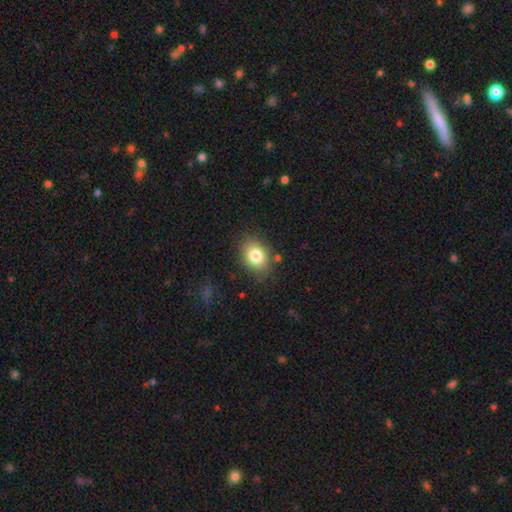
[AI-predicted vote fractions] Morphology: type=smooth (81%); roundness=in between (64%); merging=none (82%).